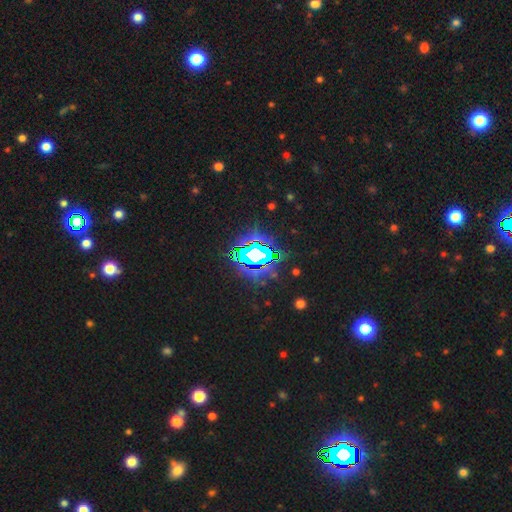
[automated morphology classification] Overall: star or artifact (72%).